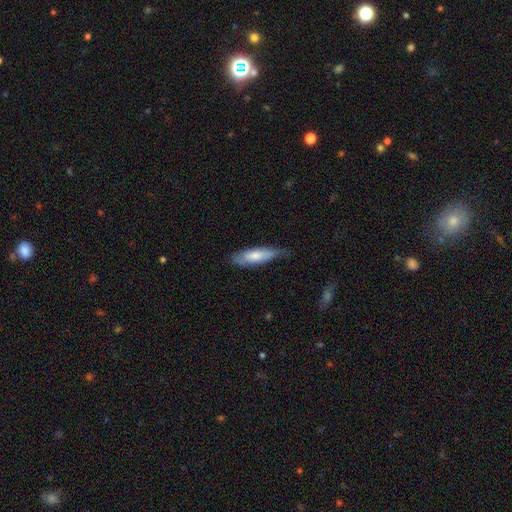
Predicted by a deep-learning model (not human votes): Overall: smooth (69%). How rounded: cigar-shaped (58%; in between 40%). Merging: none (64%; minor disturbance 29%).